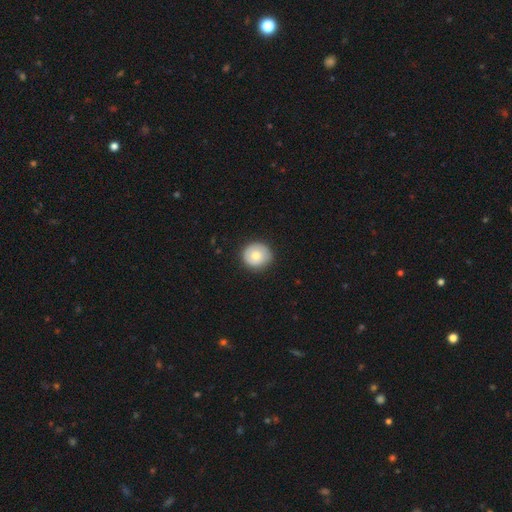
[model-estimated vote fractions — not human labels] This is likely a smooth galaxy (73%). How rounded: clearly round (91%). Merging: clearly none (87%).